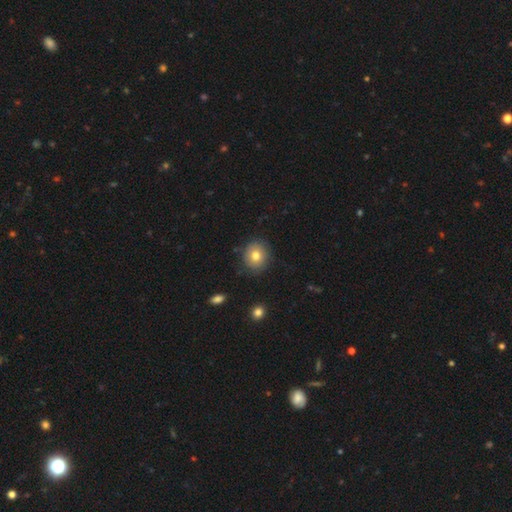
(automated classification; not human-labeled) Overall: smooth (75%). How rounded: round (80%). Merging: none (85%).